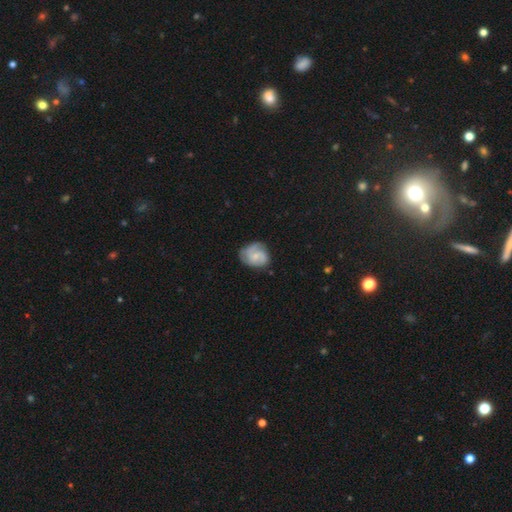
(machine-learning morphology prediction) featured or disk 65%, smooth 29%, star or artifact 6%. Down the decision tree: edge-on disk — no (98%); bar — no (61%); spiral arms — yes (92%); spiral arm count — 2 (44%); spiral winding — tight (43%); bulge size — small (56%); merging — none (63%).